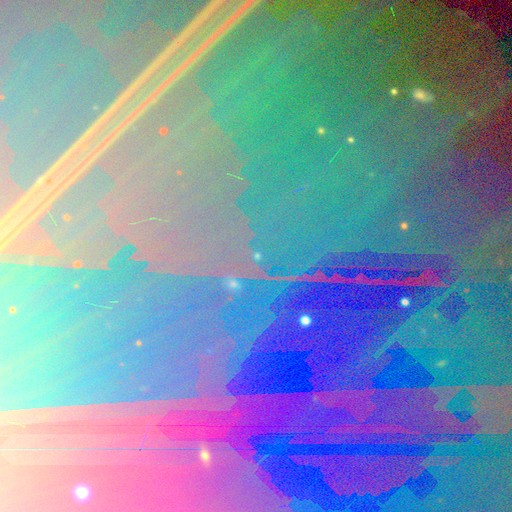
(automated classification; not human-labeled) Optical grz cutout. It shows a star or artifact, not a galaxy (87%).